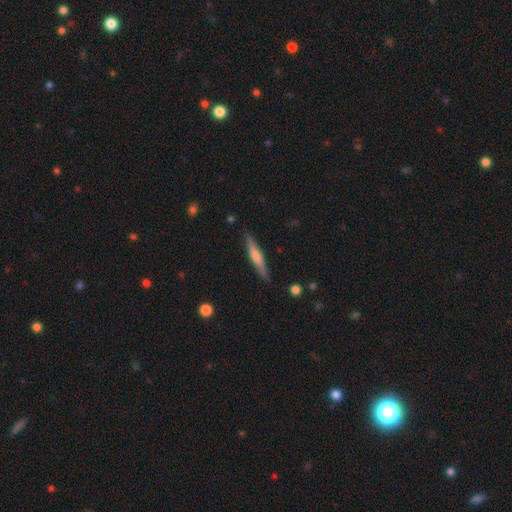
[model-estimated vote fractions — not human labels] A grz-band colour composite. It shows a featured or disk galaxy (56%) viewed edge-on (97%) with a rounded central bulge (58%). Merging: none (88%).